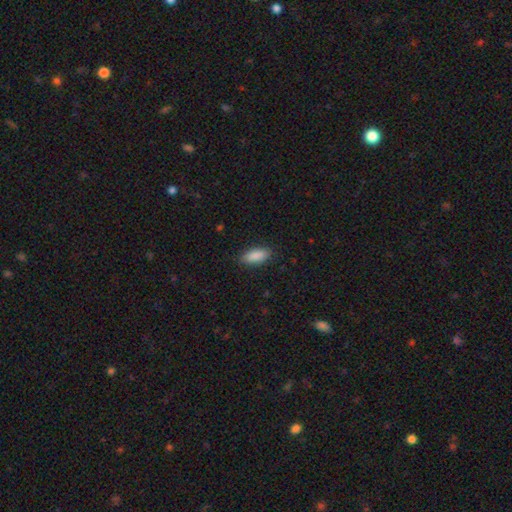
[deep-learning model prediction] A smooth galaxy with no disk features (89%) that is in between round and cigar-shaped (84%).

Vote fractions:
- Smooth or featured? smooth: 89% / star or artifact: 6% / featured or disk: 5%
- How rounded? in between: 84% / cigar-shaped: 14% / round: 2%
- Merging? none: 87% / minor disturbance: 10% / major disturbance: 2% / merger: 1%